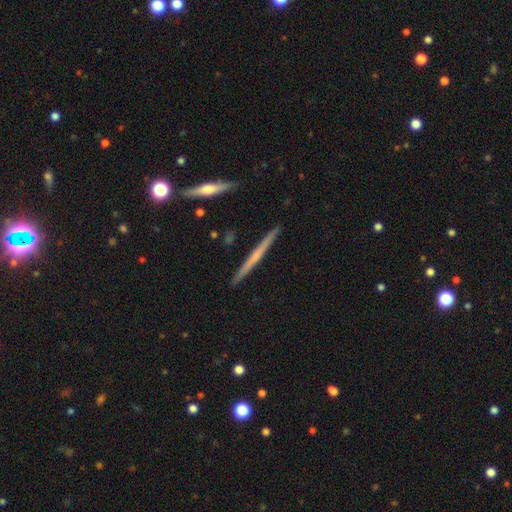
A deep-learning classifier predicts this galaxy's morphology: This is likely a featured or disk galaxy (61%). It is clearly viewed edge-on (98%). Edge-on bulge: likely none (63%). Merging: clearly none (91%).